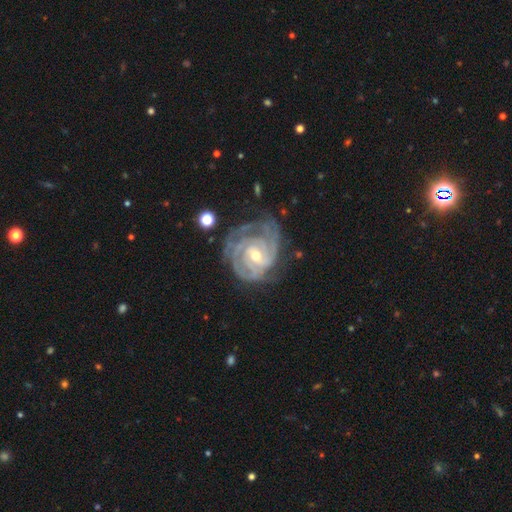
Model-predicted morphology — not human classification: The model was most divided on "bar": no: 44%, weak: 42%, strong: 14%. Remaining: edge-on disk — no (97%); spiral arms — yes (97%); smooth or featured — featured or disk (89%); spiral winding — tight (75%); merging — none (57%); bulge size — moderate (53%); spiral arm count — can't tell (31%).